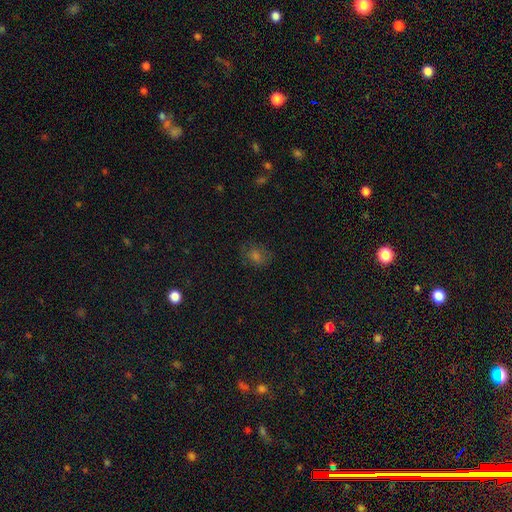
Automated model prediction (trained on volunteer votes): Morphology: type=smooth (56%); roundness=round (57%); merging=none (76%).